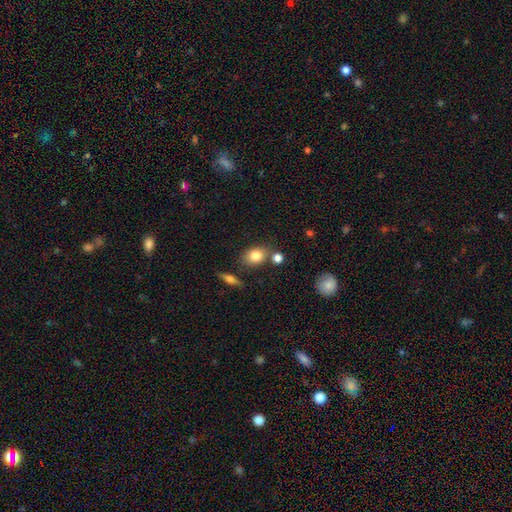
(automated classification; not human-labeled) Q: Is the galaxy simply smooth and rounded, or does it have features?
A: smooth — 81%.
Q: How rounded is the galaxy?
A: in between — 60%.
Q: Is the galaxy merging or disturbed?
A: none — 70%.